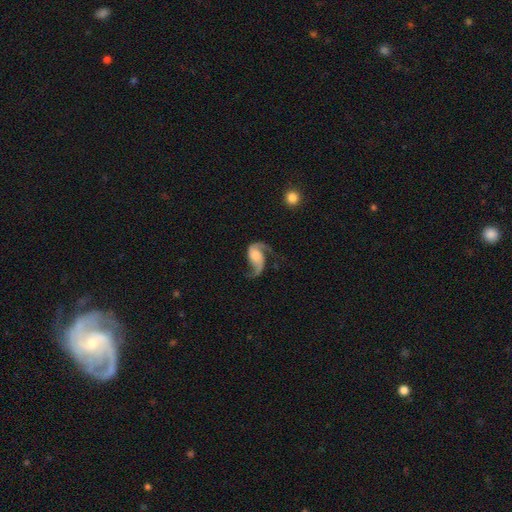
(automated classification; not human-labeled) The model was most divided on "bulge size": none: 33%, large: 24%, moderate: 18%, small: 18%, dominant: 7%. More confident: edge-on disk — no (98%); spiral arms — yes (97%); spiral arm count — 2 (89%); smooth or featured — featured or disk (86%); spiral winding — loose (69%); bar — no (61%); merging — none (56%).